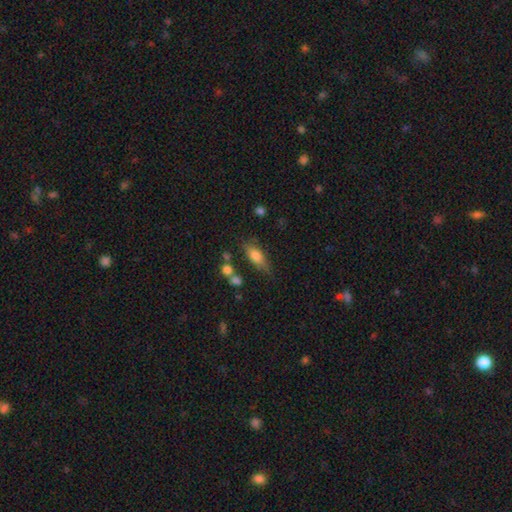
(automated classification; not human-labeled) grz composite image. It shows a smooth galaxy with no disk features (74%) that is in between round and cigar-shaped (73%). Merging: none (63%).